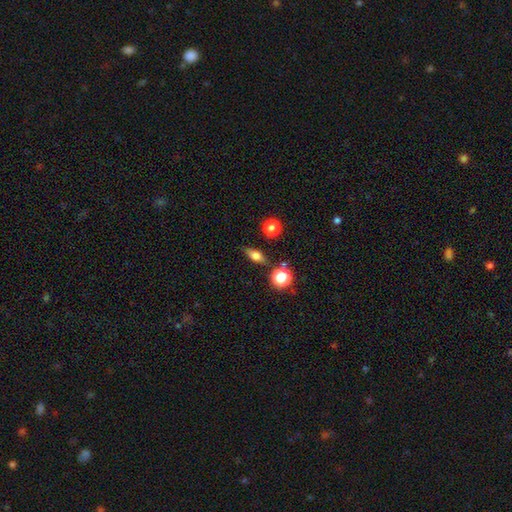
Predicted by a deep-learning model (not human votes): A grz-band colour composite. It shows a smooth galaxy with no disk features (66%) that is in between round and cigar-shaped (60%). Merging: none (79%).